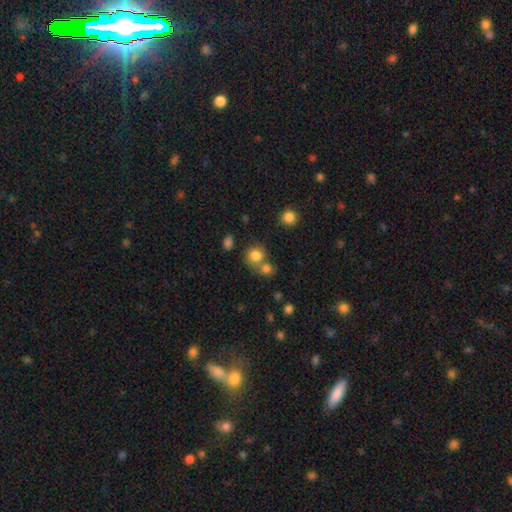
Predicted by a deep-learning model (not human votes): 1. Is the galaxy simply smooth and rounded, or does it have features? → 80% smooth, 12% star or artifact, 8% featured or disk.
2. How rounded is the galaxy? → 83% round, 16% in between, 1% cigar-shaped.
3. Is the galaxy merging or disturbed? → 54% none, 34% merger, 8% minor disturbance, 4% major disturbance.